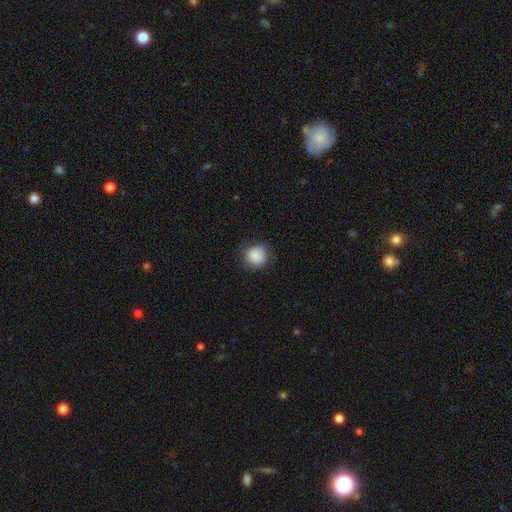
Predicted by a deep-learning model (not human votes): smooth 87%, star or artifact 8%, featured or disk 5%. Down the decision tree: how rounded — round (86%); merging — none (79%).